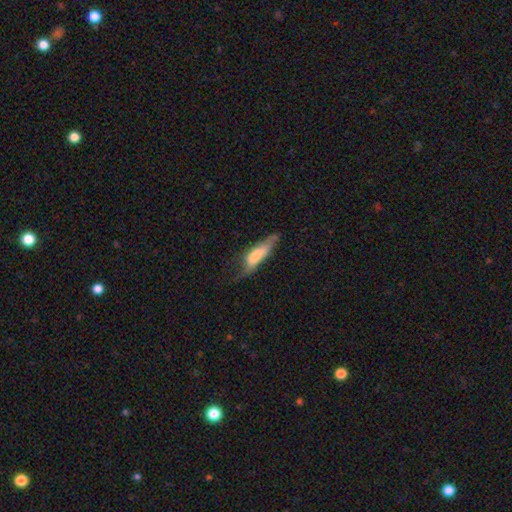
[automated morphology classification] The model was most divided on "merging": none: 38%, minor disturbance: 34%, major disturbance: 24%, merger: 4%. More confident: how rounded — cigar-shaped (64%); smooth or featured — smooth (64%).